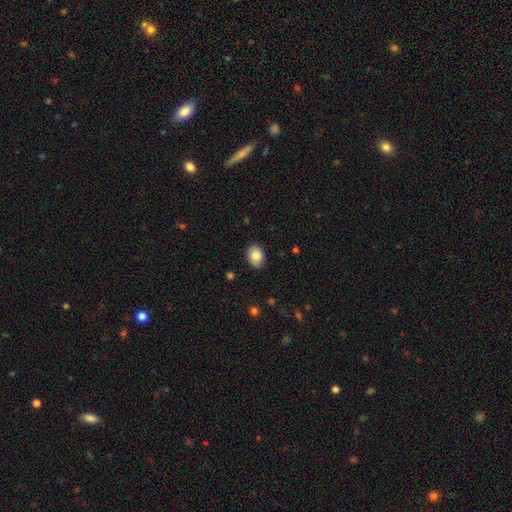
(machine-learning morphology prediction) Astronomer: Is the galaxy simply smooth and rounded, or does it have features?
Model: smooth — 85%.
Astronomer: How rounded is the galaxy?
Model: in between — 66%.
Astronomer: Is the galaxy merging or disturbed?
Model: none — 83%.